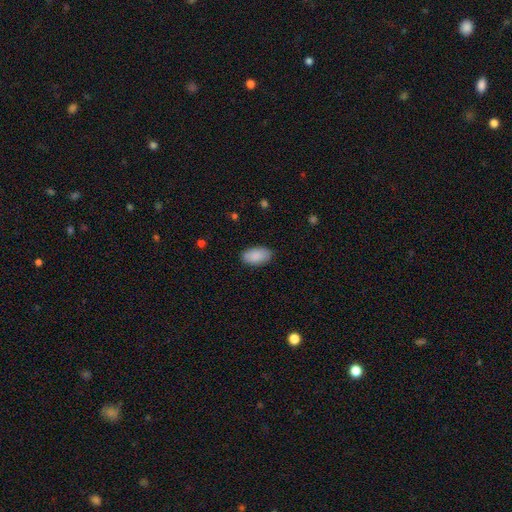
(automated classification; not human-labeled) Smooth or featured? smooth (89%)
How rounded? in between (95%)
Merging? none (84%)